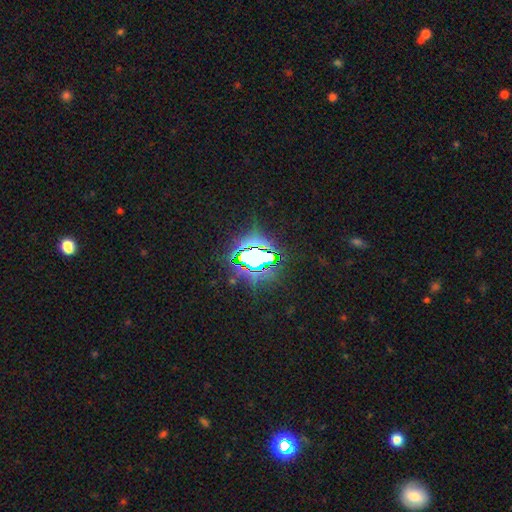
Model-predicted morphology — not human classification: The model was most divided on "smooth or featured": star or artifact: 80%, smooth: 11%, featured or disk: 9%.